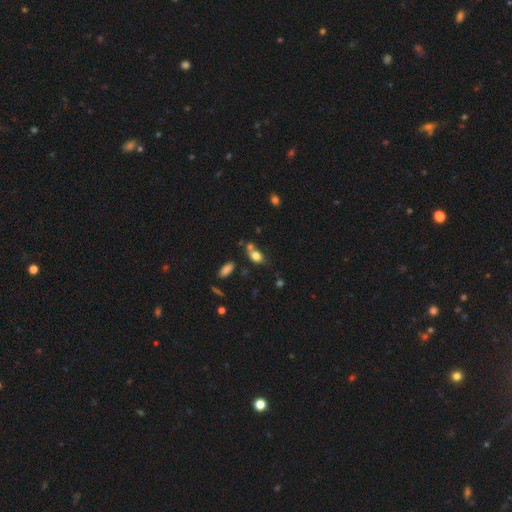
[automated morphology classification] Smooth or featured? smooth (78%)
How rounded? in between (76%)
Merging? none (50%)